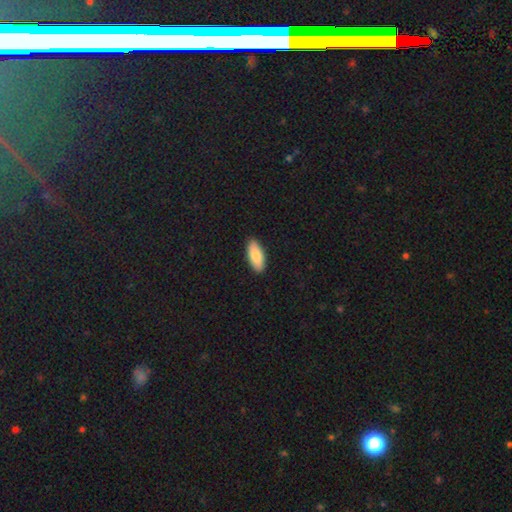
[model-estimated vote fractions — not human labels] This appears to be a smooth galaxy with no disk features (85%) that is in between round and cigar-shaped (83%). Merging: none (91%).